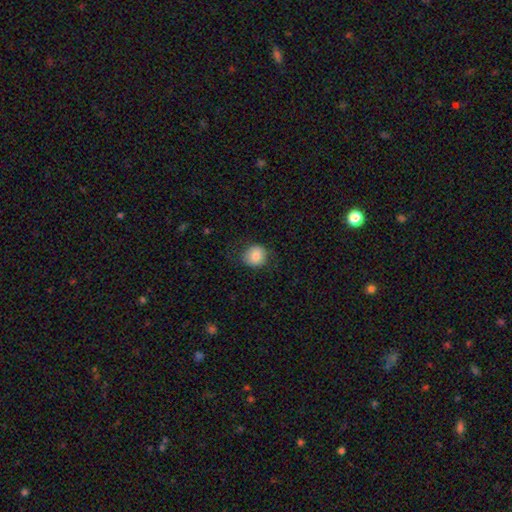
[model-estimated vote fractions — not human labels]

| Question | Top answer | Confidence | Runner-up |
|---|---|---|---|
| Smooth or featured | smooth | 83% | star or artifact (9%) |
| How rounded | round | 84% | in between (15%) |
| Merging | none | 79% | minor disturbance (15%) |